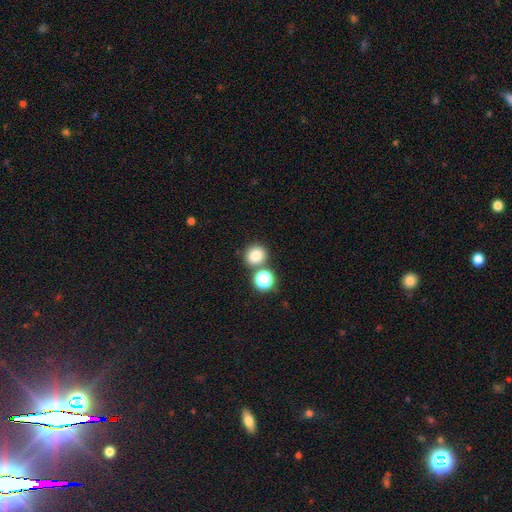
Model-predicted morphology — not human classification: Smooth or featured? Predicted: smooth (p=0.80). How rounded? Predicted: round (p=0.86). Merging? Predicted: none (p=0.71).